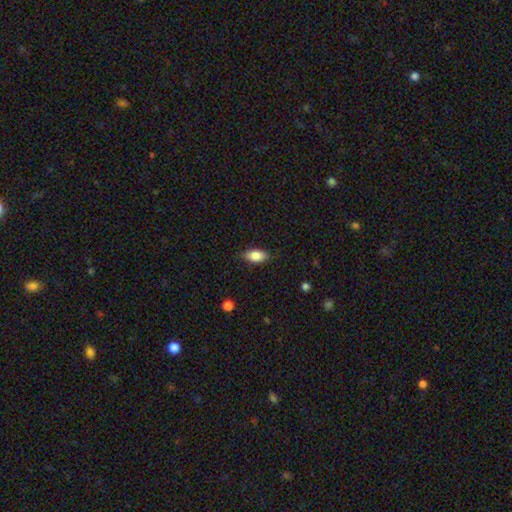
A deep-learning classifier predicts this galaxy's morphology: A smooth galaxy with no disk features (82%) that is in between round and cigar-shaped (89%). Merging: none (84%).